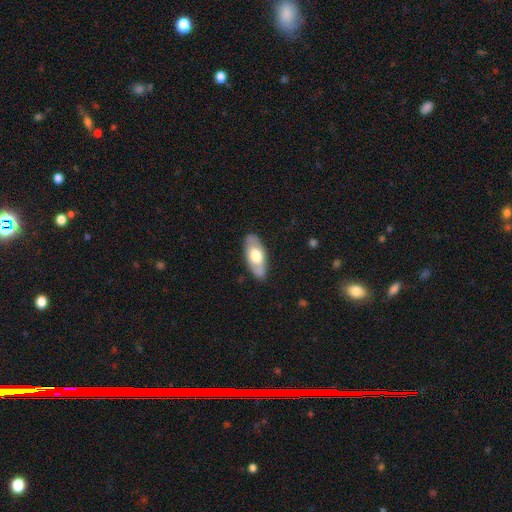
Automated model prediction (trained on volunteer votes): Q: Smooth or featured?
A: smooth (59%); runner-up: featured or disk (36%)
Q: How rounded?
A: in between (87%); runner-up: cigar-shaped (11%)
Q: Merging?
A: none (81%); runner-up: minor disturbance (14%)